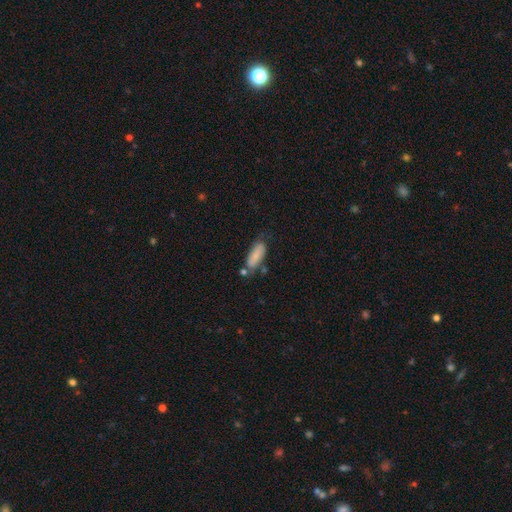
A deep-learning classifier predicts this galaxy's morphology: This is likely a smooth galaxy (78%). How rounded: likely in between (69%). Merging: possibly none (58%).